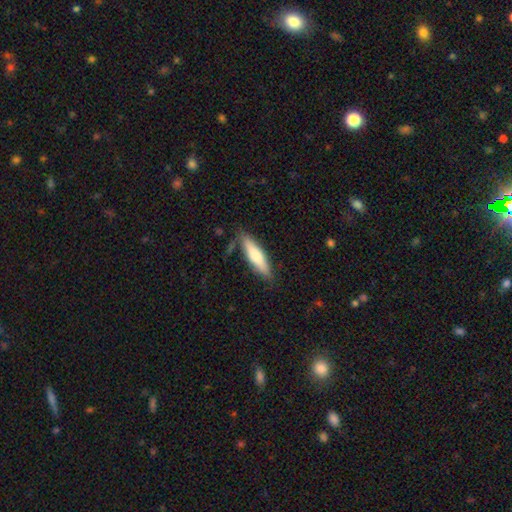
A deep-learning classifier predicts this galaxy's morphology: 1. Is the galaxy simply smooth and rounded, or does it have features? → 64% smooth, 31% featured or disk, 5% star or artifact.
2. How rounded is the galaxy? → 71% cigar-shaped, 27% in between, 2% round.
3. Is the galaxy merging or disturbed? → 79% none, 14% minor disturbance, 3% major disturbance, 3% merger.